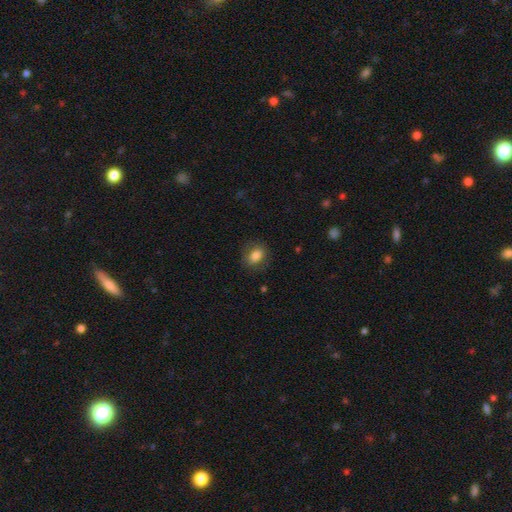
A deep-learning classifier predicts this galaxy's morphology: smooth 81%, featured or disk 11%, star or artifact 9%. Down the decision tree: how rounded — in between (67%); merging — none (81%).